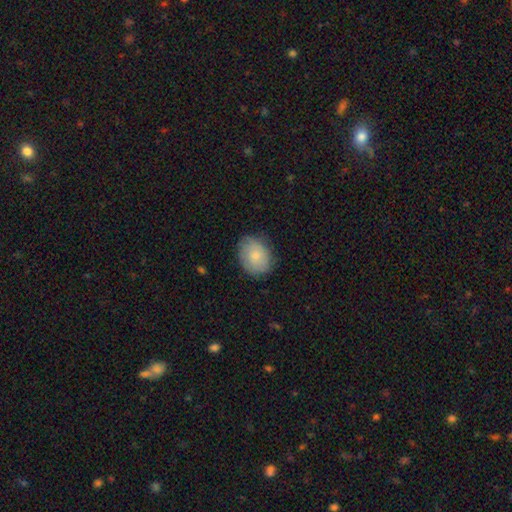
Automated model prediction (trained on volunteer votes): Q: Smooth or featured?
A: smooth (74%); runner-up: featured or disk (20%)
Q: How rounded?
A: in between (58%); runner-up: round (41%)
Q: Merging?
A: none (77%); runner-up: minor disturbance (18%)